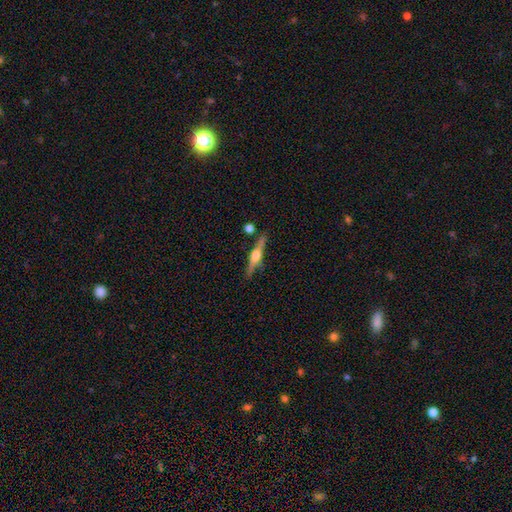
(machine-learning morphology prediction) This is likely a featured or disk galaxy (76%). It is clearly viewed edge-on (97%). Edge-on bulge: clearly rounded (94%). Merging: clearly none (82%).